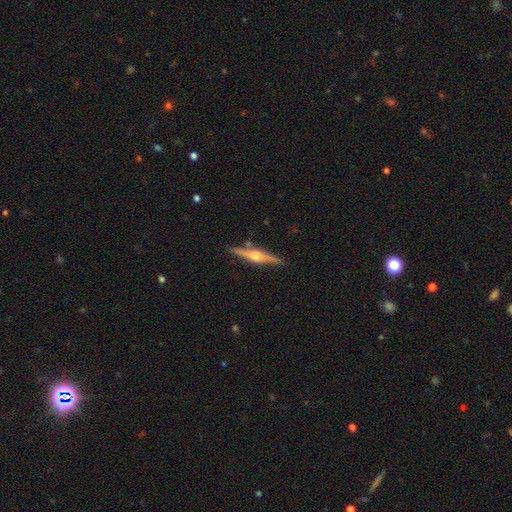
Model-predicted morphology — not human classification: smooth_or_featured: featured or disk (p=0.78) [alt: smooth p=0.17]
disk_edge_on: yes (p=0.98) [alt: no p=0.02]
edge_on_bulge: rounded (p=0.91) [alt: boxy p=0.06]
merging: none (p=0.88) [alt: minor disturbance p=0.09]